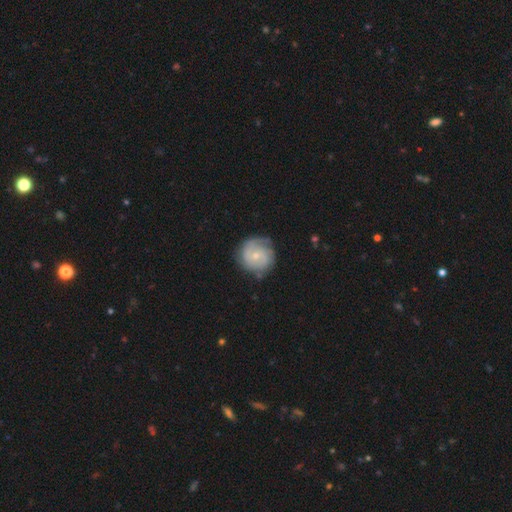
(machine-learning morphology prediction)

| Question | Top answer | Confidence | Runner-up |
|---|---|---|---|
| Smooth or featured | featured or disk | 66% | smooth (28%) |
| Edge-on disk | no | 98% | yes (2%) |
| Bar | no | 72% | weak (24%) |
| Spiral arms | yes | 87% | no (13%) |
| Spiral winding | tight | 57% | medium (31%) |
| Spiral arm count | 2 | 40% | can't tell (29%) |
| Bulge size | small | 66% | moderate (30%) |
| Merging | none | 69% | minor disturbance (21%) |